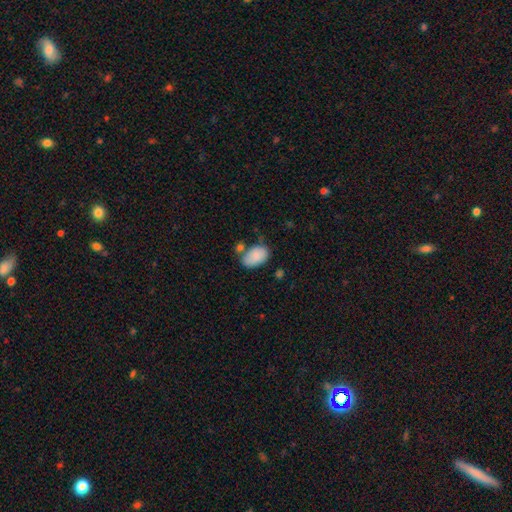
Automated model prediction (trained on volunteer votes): Smooth or featured?
  - smooth: 87% *
  - star or artifact: 7%
  - featured or disk: 6%
How rounded?
  - in between: 92% *
  - round: 7%
  - cigar-shaped: 1%
Merging?
  - none: 60% *
  - minor disturbance: 21%
  - merger: 13%
  - major disturbance: 6%